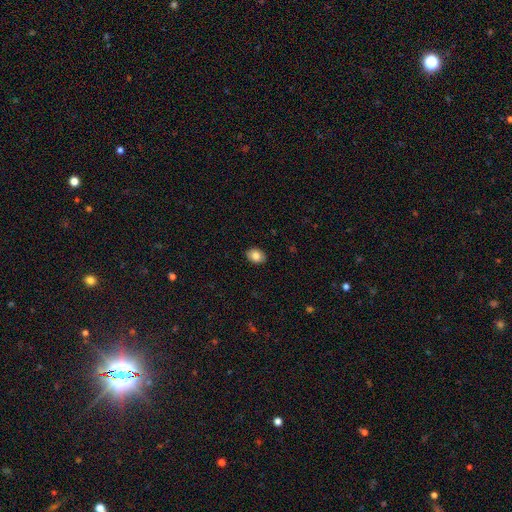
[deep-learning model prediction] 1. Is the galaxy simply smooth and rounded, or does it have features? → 82% smooth, 11% featured or disk, 8% star or artifact.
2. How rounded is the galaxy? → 74% in between, 25% round, 1% cigar-shaped.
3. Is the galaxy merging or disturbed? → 89% none, 8% minor disturbance, 2% major disturbance, 1% merger.